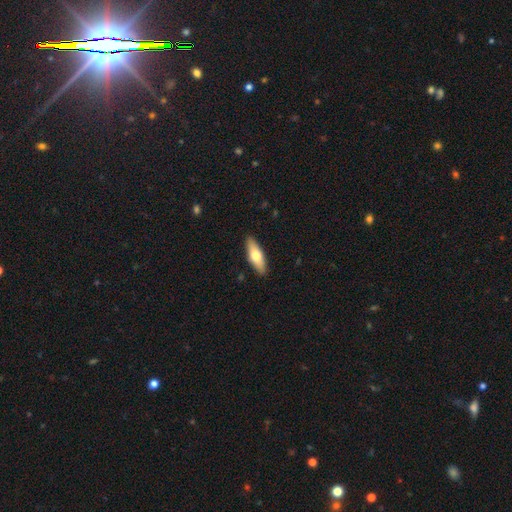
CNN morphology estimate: This appears to be a smooth galaxy with no disk features (61%) that is in between round and cigar-shaped (58%). Merging: none (90%).